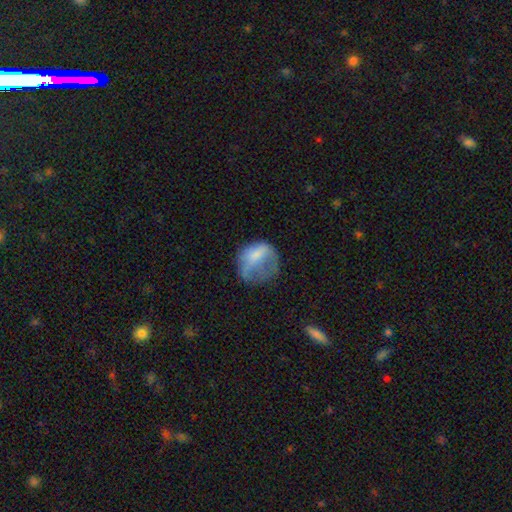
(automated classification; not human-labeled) The model was most divided on "merging": major disturbance: 42%, none: 30%, minor disturbance: 26%, merger: 3%. More confident: how rounded — round (64%); smooth or featured — smooth (62%).